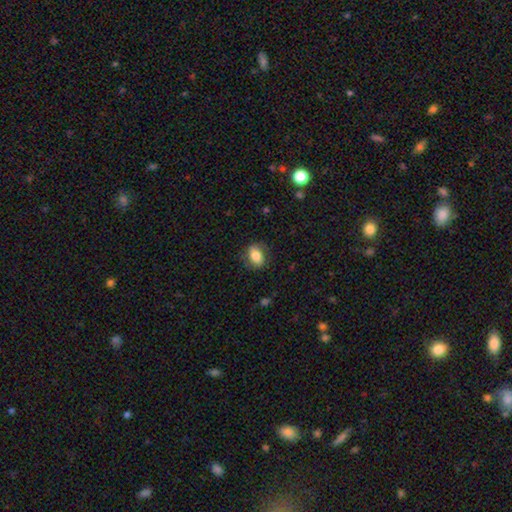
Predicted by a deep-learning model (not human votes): Smooth or featured?
  - smooth: 78% *
  - featured or disk: 15%
  - star or artifact: 8%
How rounded?
  - in between: 74% *
  - round: 24%
  - cigar-shaped: 2%
Merging?
  - none: 78% *
  - minor disturbance: 16%
  - major disturbance: 6%
  - merger: 1%